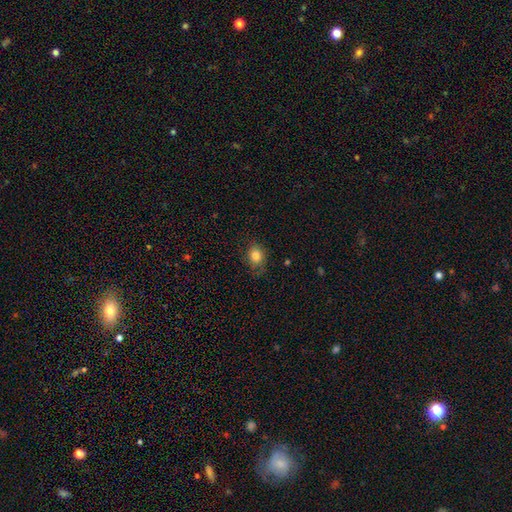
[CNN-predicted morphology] The model was most divided on "how rounded": in between: 50%, round: 49%, cigar-shaped: 1%. More confident: smooth or featured — smooth (81%); merging — none (73%).